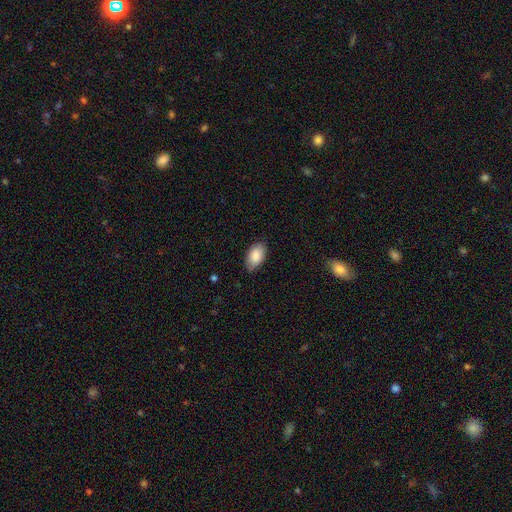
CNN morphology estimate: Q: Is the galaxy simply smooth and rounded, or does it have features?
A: smooth — 87%.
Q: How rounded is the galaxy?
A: in between — 94%.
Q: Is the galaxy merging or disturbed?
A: none — 80%.